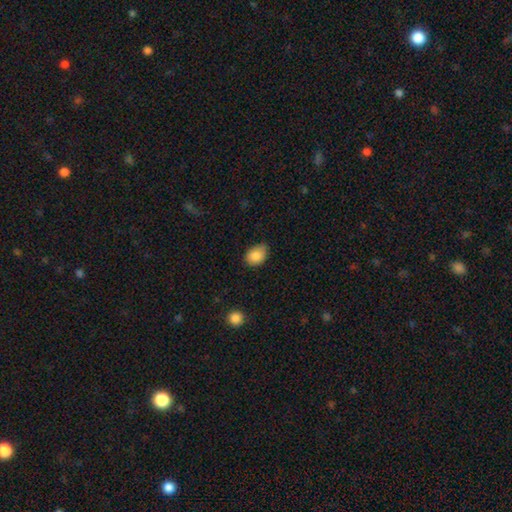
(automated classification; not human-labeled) Smooth or featured? Predicted: smooth (p=0.86). How rounded? Predicted: in between (p=0.73). Merging? Predicted: none (p=0.68).